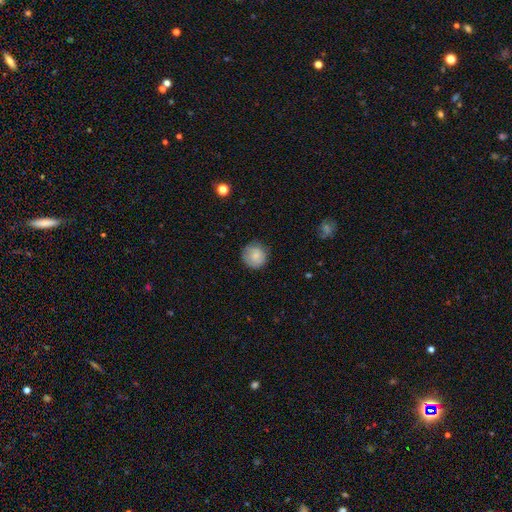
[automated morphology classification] Smooth or featured? Predicted: smooth (p=0.81). How rounded? Predicted: round (p=0.93). Merging? Predicted: none (p=0.81).